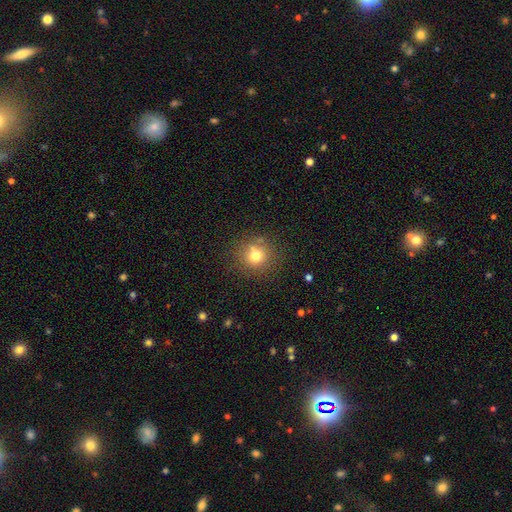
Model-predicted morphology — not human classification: This appears to be a smooth galaxy with no disk features (74%) that is round (90%). Merging: none (78%).